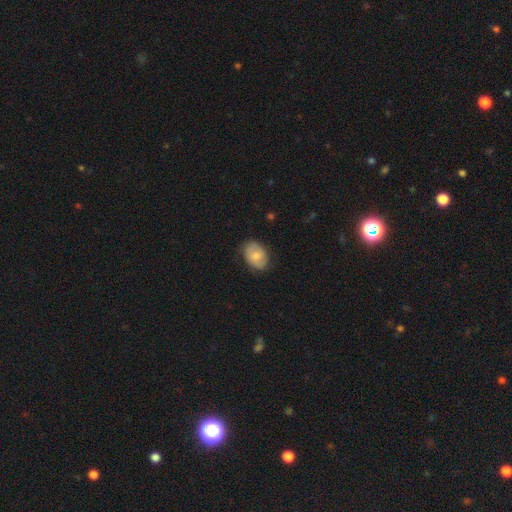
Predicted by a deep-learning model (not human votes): The model was most divided on "smooth or featured": smooth: 65%, featured or disk: 28%, star or artifact: 7%. More confident: merging — none (77%); how rounded — in between (75%).